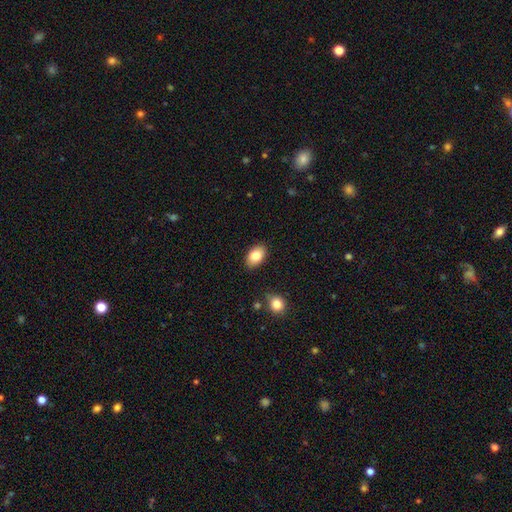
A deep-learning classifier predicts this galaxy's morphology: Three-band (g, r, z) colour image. It shows a smooth galaxy with no disk features (83%) that is in between round and cigar-shaped (88%). Merging: none (86%).